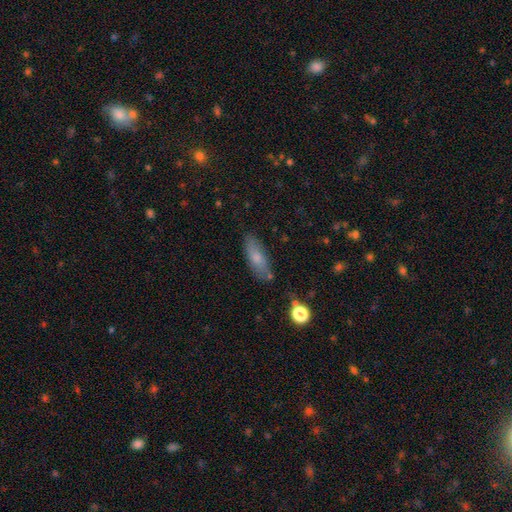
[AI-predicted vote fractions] Smooth or featured?
  - smooth: 65% *
  - featured or disk: 25%
  - star or artifact: 10%
How rounded?
  - in between: 58% *
  - cigar-shaped: 38%
  - round: 3%
Merging?
  - none: 75% *
  - minor disturbance: 17%
  - major disturbance: 4%
  - merger: 3%